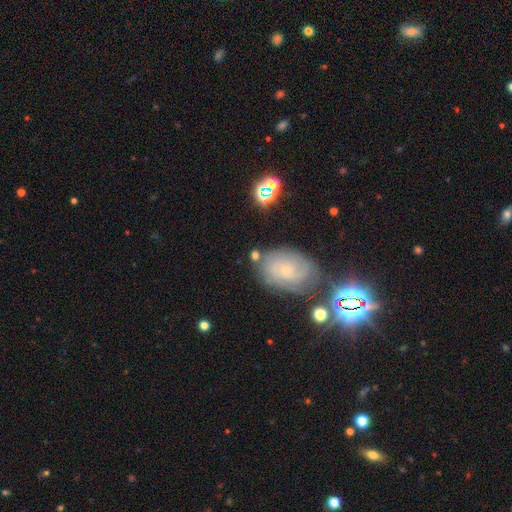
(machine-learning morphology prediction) smooth_or_featured: featured or disk (p=0.50) [alt: smooth p=0.37]
merging: none (p=0.64) [alt: minor disturbance p=0.17]